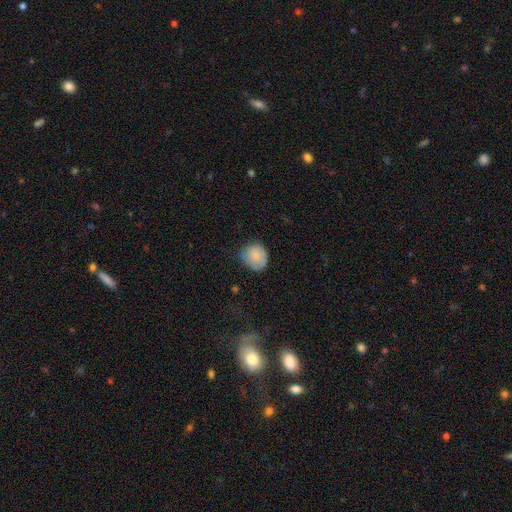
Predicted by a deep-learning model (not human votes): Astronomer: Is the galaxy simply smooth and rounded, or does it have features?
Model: smooth — 81%.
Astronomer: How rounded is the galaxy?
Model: round — 76%.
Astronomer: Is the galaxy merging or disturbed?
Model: none — 64%.